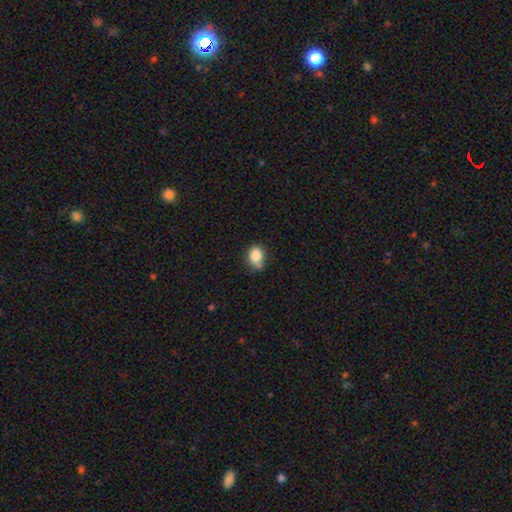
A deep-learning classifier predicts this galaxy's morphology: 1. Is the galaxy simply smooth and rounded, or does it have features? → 85% smooth, 9% star or artifact, 6% featured or disk.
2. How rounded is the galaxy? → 56% in between, 43% round, 1% cigar-shaped.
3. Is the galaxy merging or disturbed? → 55% none, 29% minor disturbance, 9% merger, 6% major disturbance.